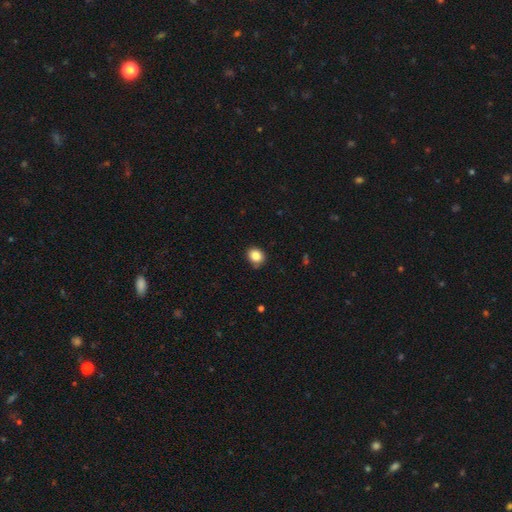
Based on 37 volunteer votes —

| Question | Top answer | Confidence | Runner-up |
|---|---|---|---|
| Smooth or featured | smooth | 86% | featured or disk (8%) |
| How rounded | round | 66% | in between (34%) |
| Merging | none | 86% | minor disturbance (11%) |